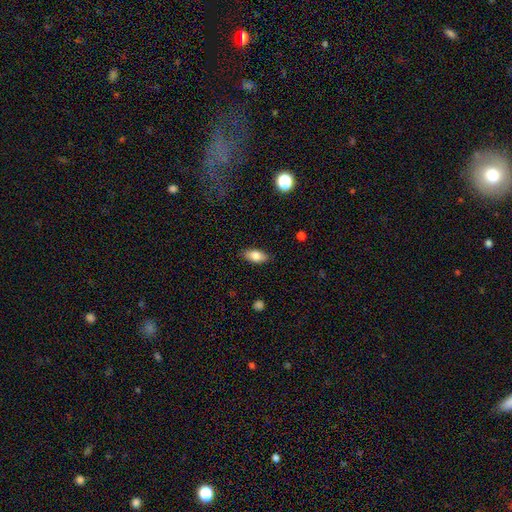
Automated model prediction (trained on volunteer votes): Smooth or featured? smooth (81%)
How rounded? in between (89%)
Merging? none (86%)